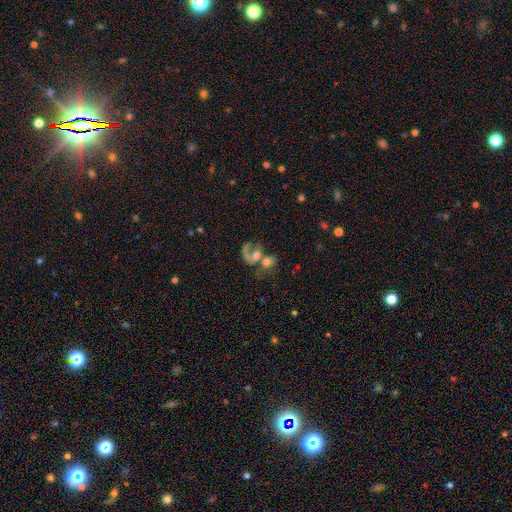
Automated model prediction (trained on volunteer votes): A featured or disk galaxy (61%) with no bar (70%), spiral arms (70%) and a moderate central bulge (50%).

Vote fractions:
- Smooth or featured? featured or disk: 61% / smooth: 26% / star or artifact: 14%
- Edge-on disk? no: 97% / yes: 3%
- Bar? no: 70% / weak: 23% / strong: 7%
- Spiral arms? yes: 70% / no: 30%
- Bulge size? moderate: 50% / small: 22% / large: 14% / none: 10% / dominant: 4%
- Merging? merger: 60% / none: 19% / major disturbance: 14% / minor disturbance: 8%